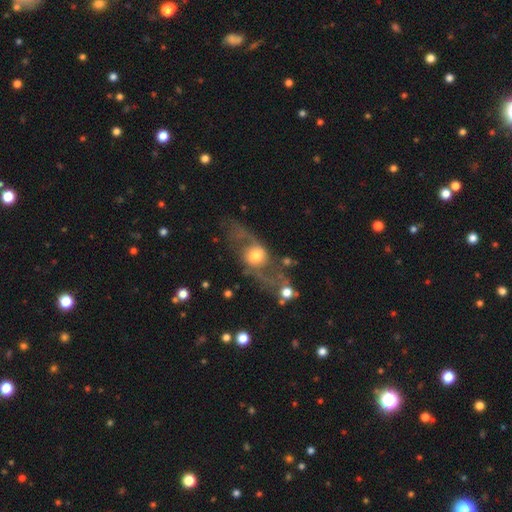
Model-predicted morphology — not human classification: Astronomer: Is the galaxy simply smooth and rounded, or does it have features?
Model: featured or disk — 72%.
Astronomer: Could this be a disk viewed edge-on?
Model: no — 89%.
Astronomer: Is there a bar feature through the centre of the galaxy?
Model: no — 68%.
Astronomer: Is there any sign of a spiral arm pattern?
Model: yes — 81%.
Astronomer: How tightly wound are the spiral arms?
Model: loose — 79%.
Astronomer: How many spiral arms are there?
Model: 2 — 91%.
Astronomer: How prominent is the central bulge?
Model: moderate — 53%.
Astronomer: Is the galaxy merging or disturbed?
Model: none — 45% (runner-up: major disturbance, 27%).